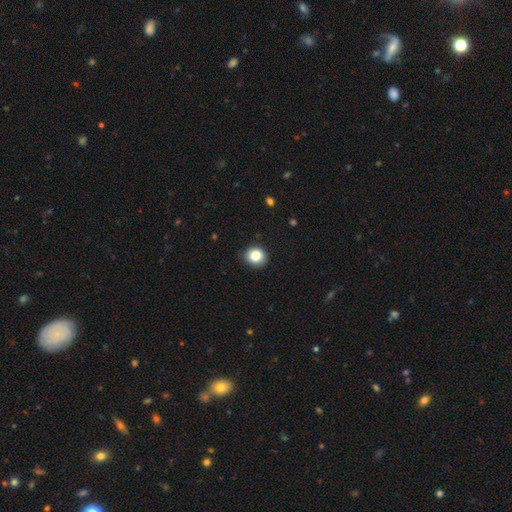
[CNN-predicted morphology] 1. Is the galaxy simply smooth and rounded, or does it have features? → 86% smooth, 9% star or artifact, 5% featured or disk.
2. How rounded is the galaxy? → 78% round, 21% in between, 1% cigar-shaped.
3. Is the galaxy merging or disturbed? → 81% none, 15% minor disturbance, 3% major disturbance, 1% merger.